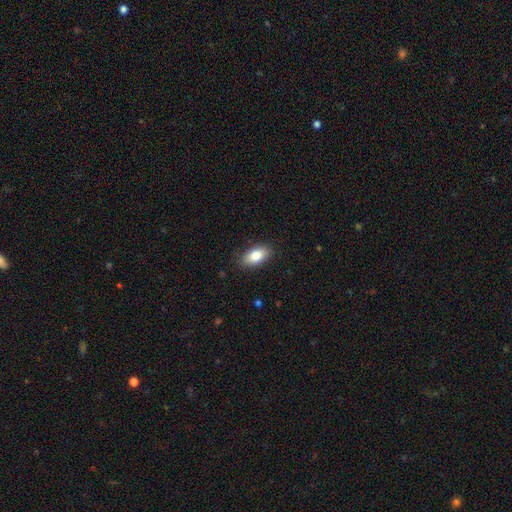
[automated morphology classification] Smooth or featured: smooth — 82% (featured or disk — 11%)
How rounded: in between — 91% (round — 5%)
Merging: none — 86% (minor disturbance — 11%)